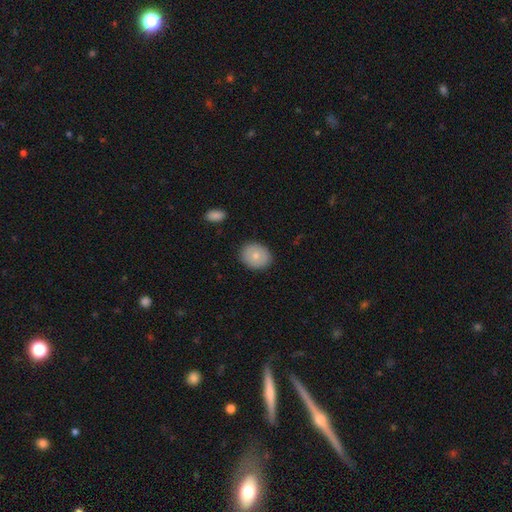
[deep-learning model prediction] A smooth galaxy with no disk features (74%) that is round (55%). Merging: none (87%).